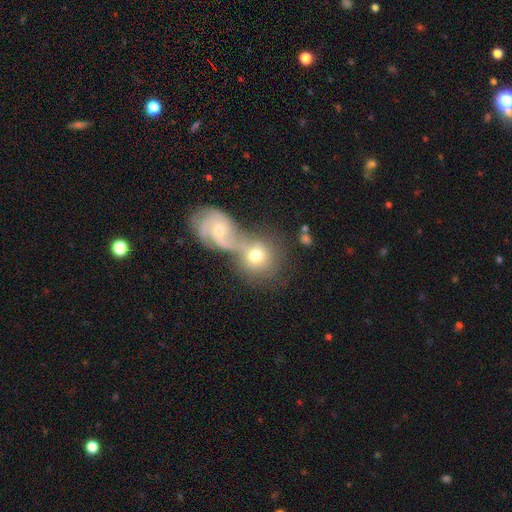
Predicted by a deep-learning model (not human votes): The model was most divided on "smooth or featured": smooth: 56%, featured or disk: 36%, star or artifact: 9%. More confident: how rounded — round (70%); merging — merger (63%).